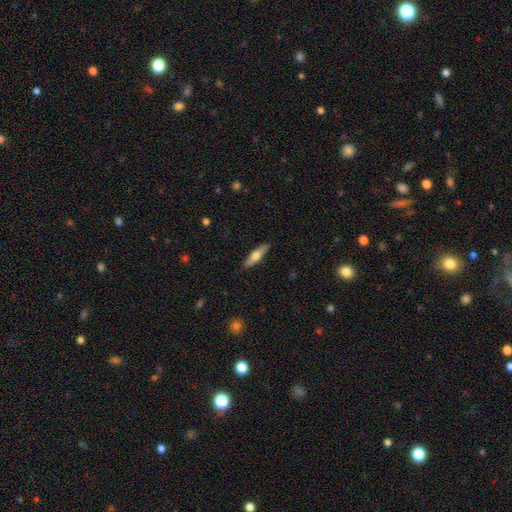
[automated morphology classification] Smooth or featured? smooth (54%)
How rounded? cigar-shaped (72%)
Merging? none (89%)